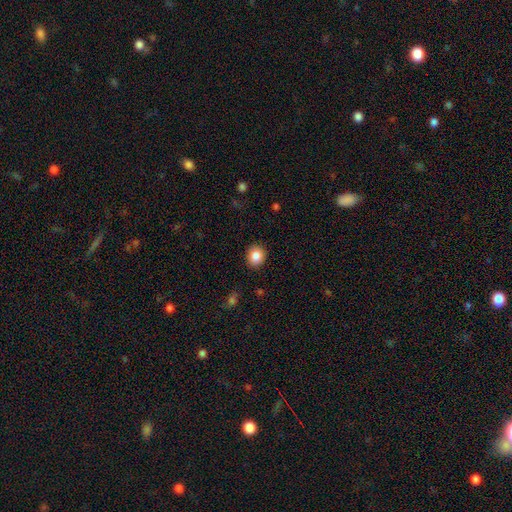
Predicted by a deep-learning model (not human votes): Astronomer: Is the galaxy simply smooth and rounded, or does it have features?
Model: smooth — 86%.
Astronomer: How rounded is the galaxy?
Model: round — 76%.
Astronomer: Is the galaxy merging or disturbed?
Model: none — 90%.